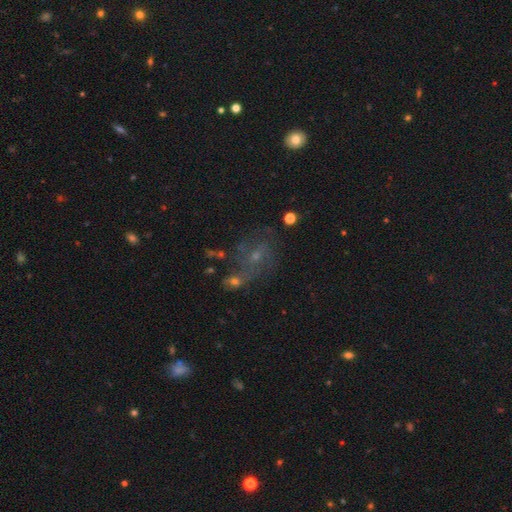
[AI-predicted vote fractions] smooth-or-featured: featured or disk: 51% | smooth: 27% | star or artifact: 22%
  disk-edge-on: no: 96% | yes: 4%
  merging: none: 41% | merger: 23% | major disturbance: 20% | minor disturbance: 17%